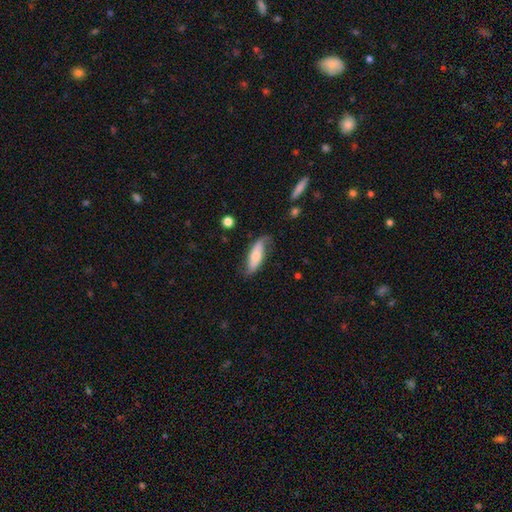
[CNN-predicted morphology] Smooth or featured?
  - smooth: 54% *
  - featured or disk: 40%
  - star or artifact: 6%
How rounded?
  - in between: 61% *
  - cigar-shaped: 36%
  - round: 2%
Merging?
  - none: 61% *
  - minor disturbance: 28%
  - major disturbance: 9%
  - merger: 2%